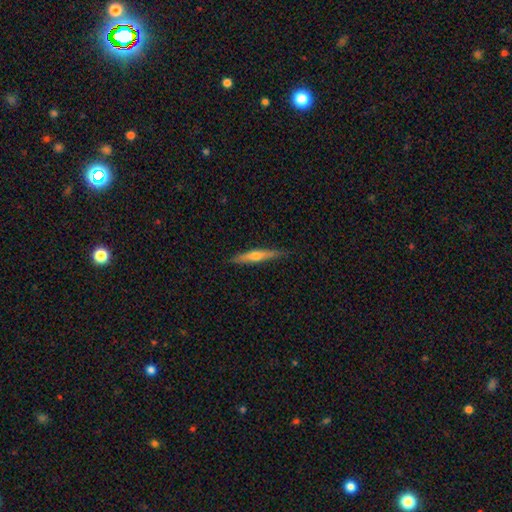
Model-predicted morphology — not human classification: This appears to be a featured or disk galaxy (54%) viewed edge-on (95%) with a rounded central bulge (84%). Merging: none (87%).